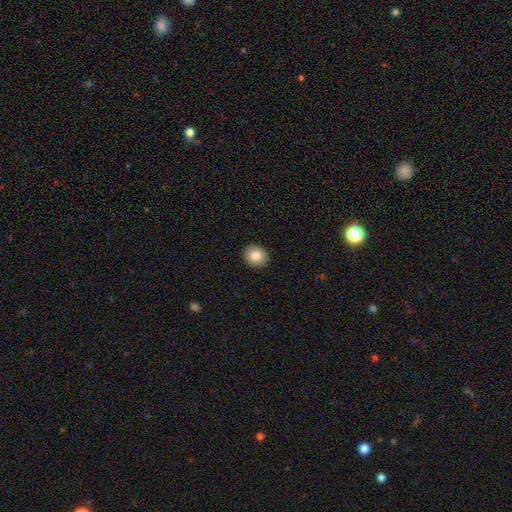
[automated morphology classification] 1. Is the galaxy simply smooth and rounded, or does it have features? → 84% smooth, 8% star or artifact, 7% featured or disk.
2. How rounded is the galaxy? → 77% round, 22% in between, 1% cigar-shaped.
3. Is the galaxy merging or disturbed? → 91% none, 6% minor disturbance, 2% major disturbance, 1% merger.